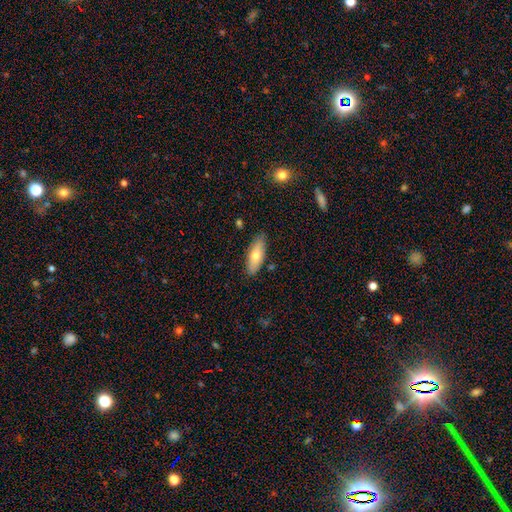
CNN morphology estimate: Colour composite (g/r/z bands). It shows a smooth galaxy with no disk features (71%) that is in between round and cigar-shaped (67%). Merging: none (84%).